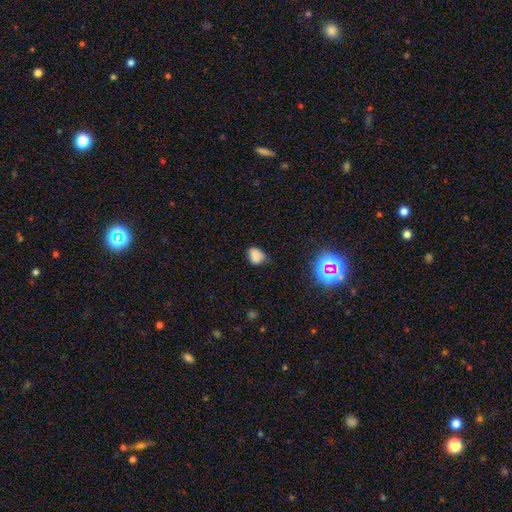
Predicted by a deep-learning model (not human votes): smooth-or-featured: smooth: 77% | star or artifact: 16% | featured or disk: 7%
  how-rounded: in between: 62% | round: 37% | cigar-shaped: 1%
  merging: none: 60% | minor disturbance: 31% | major disturbance: 6% | merger: 3%